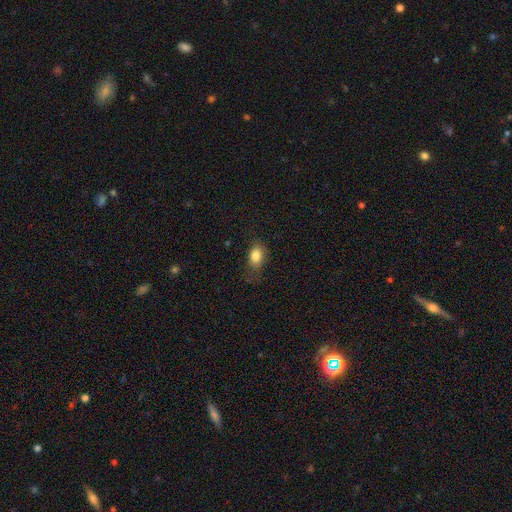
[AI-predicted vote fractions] This appears to be a smooth galaxy with no disk features (82%) that is in between round and cigar-shaped (80%). Merging: none (64%).